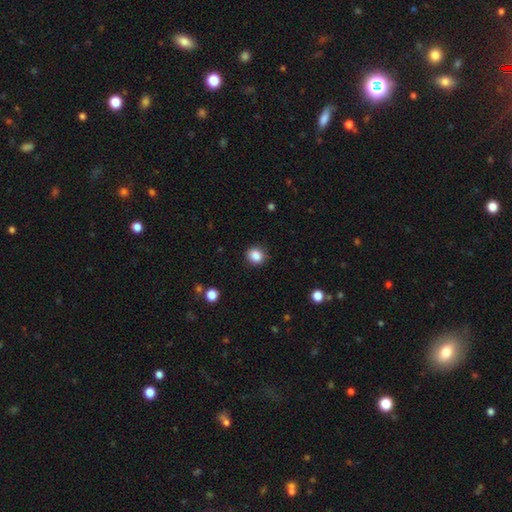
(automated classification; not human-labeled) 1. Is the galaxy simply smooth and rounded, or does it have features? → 87% smooth, 10% star or artifact, 3% featured or disk.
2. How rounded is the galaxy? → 72% round, 27% in between, 1% cigar-shaped.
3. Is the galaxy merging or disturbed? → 87% none, 10% minor disturbance, 3% major disturbance, 1% merger.